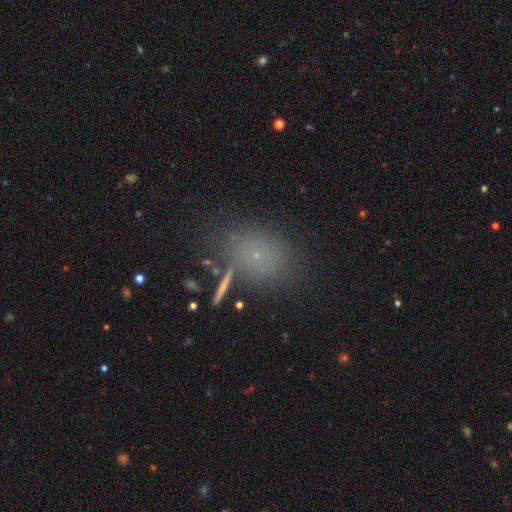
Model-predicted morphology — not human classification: A smooth galaxy with no disk features (60%) that is in between round and cigar-shaped (59%).

Vote fractions:
- Smooth or featured? smooth: 60% / star or artifact: 28% / featured or disk: 12%
- How rounded? in between: 59% / round: 39% / cigar-shaped: 2%
- Merging? none: 74% / minor disturbance: 13% / major disturbance: 6% / merger: 6%